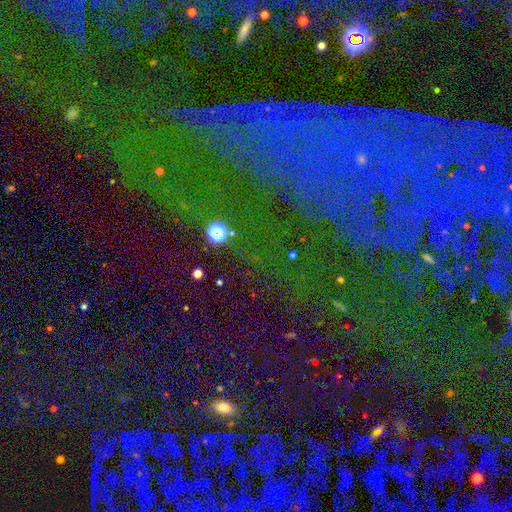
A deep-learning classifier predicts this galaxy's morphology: smooth_or_featured: star or artifact (p=0.84) [alt: featured or disk p=0.08]